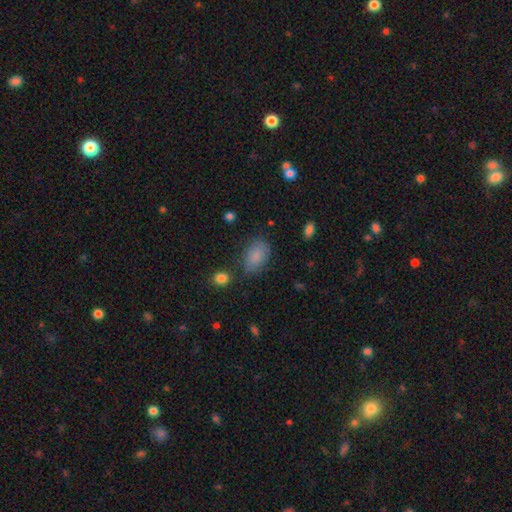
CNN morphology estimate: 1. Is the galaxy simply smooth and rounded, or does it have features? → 84% smooth, 9% star or artifact, 7% featured or disk.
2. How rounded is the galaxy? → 90% in between, 9% round, 2% cigar-shaped.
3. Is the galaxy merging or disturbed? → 70% none, 21% minor disturbance, 6% major disturbance, 4% merger.